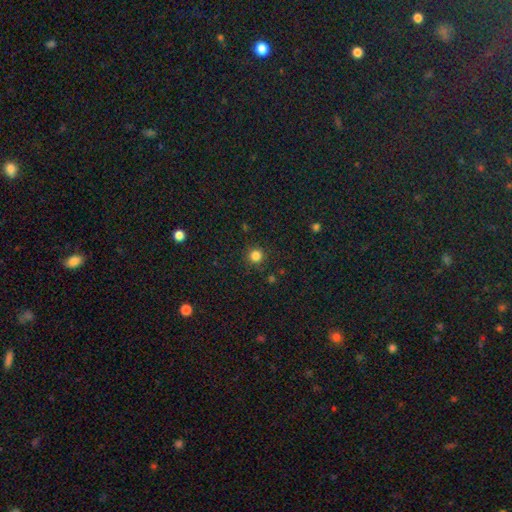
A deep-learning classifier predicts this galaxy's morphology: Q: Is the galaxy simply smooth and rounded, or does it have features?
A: smooth — 83%.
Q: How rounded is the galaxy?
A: round — 94%.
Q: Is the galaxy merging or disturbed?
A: none — 89%.